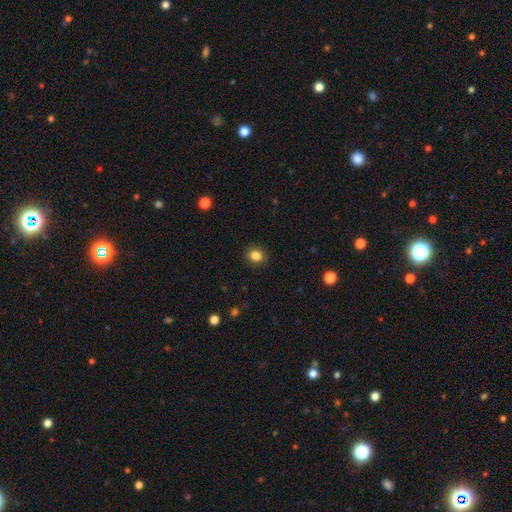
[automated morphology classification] Smooth or featured? smooth (84%)
How rounded? round (77%)
Merging? none (90%)